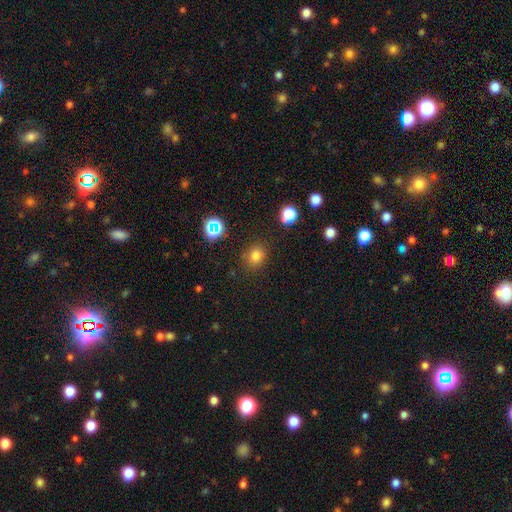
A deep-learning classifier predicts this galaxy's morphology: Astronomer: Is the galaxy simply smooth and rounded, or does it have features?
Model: smooth — 76%.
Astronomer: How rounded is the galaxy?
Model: round — 70%.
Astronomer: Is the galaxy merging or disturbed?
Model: none — 83%.